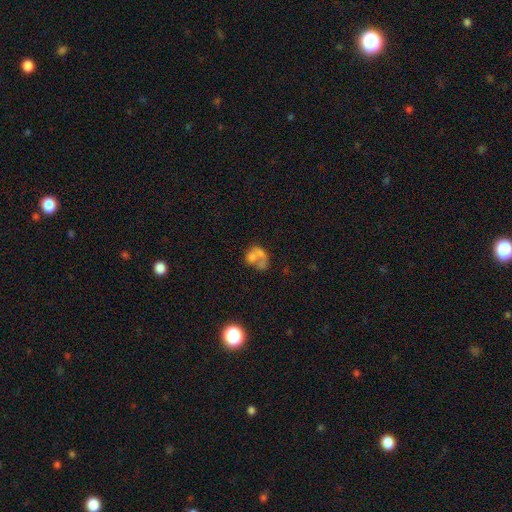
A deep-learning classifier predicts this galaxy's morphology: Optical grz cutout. It shows a smooth galaxy with no disk features (50%). Merging: merger (49%).